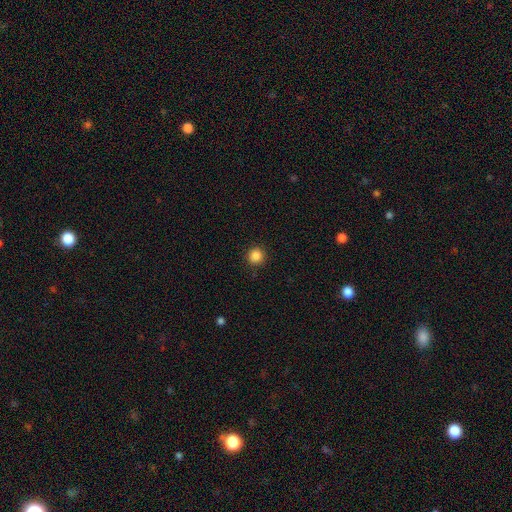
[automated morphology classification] smooth-or-featured: smooth: 86% | star or artifact: 11% | featured or disk: 3%
  how-rounded: round: 95% | in between: 4% | cigar-shaped: 1%
  merging: none: 91% | minor disturbance: 6% | major disturbance: 2% | merger: 1%